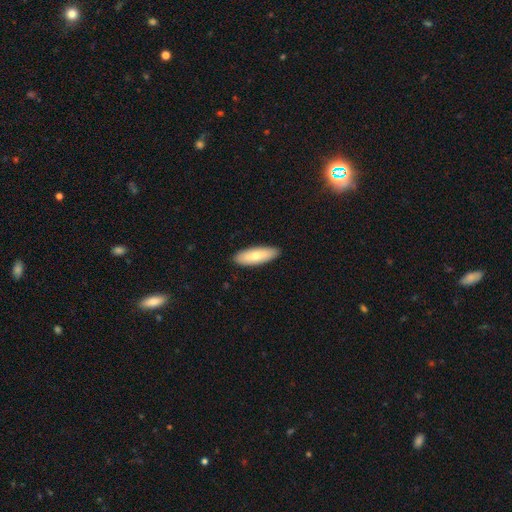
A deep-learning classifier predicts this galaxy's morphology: smooth_or_featured: smooth (p=0.69) [alt: featured or disk p=0.26]
how_rounded: in between (p=0.64) [alt: cigar-shaped p=0.34]
merging: none (p=0.90) [alt: minor disturbance p=0.08]